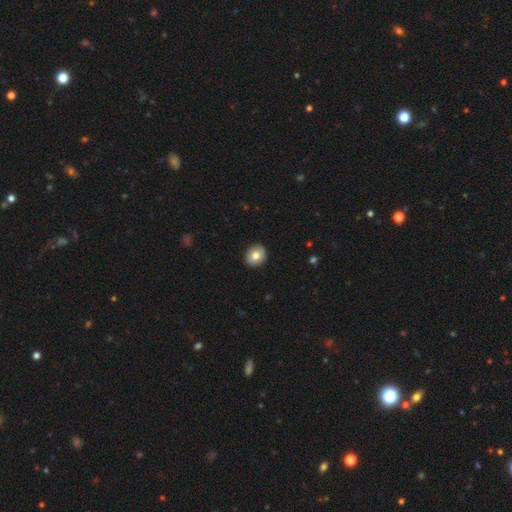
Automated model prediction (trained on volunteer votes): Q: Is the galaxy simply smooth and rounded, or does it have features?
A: smooth — 78%.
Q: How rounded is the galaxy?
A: round — 75%.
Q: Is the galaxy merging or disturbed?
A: none — 91%.